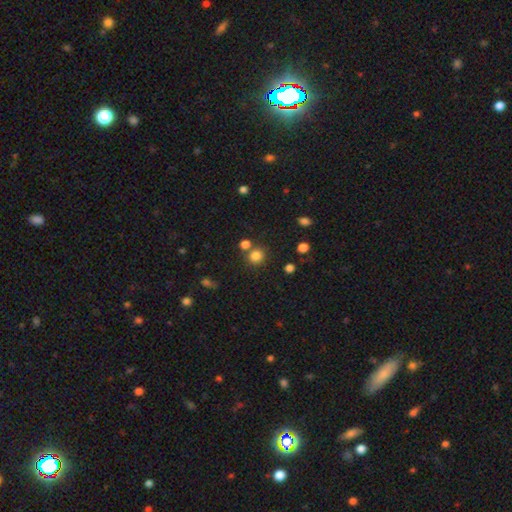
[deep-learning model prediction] This appears to be a smooth galaxy with no disk features (81%) that is round (88%). Merging: none (71%).